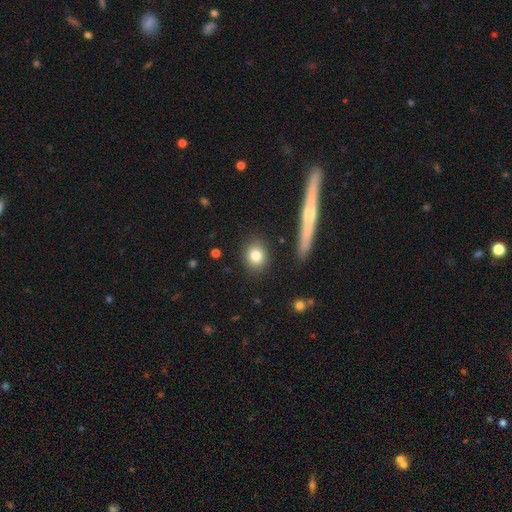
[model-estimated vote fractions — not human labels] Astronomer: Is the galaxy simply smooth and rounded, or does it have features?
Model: smooth — 81%.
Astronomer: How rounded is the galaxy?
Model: round — 75%.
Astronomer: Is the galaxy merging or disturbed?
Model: none — 88%.